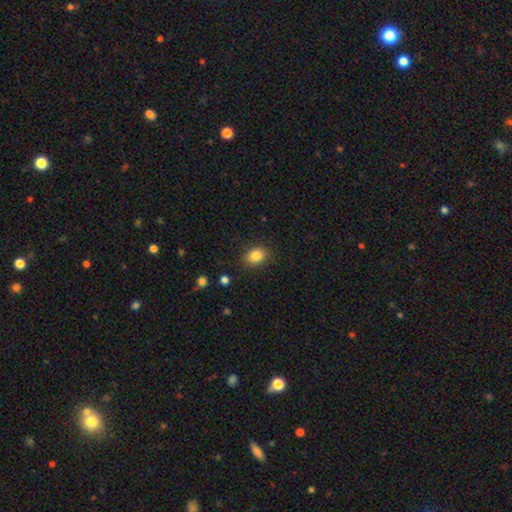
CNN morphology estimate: This is clearly a smooth galaxy (85%). How rounded: likely in between (62%). Merging: clearly none (84%).